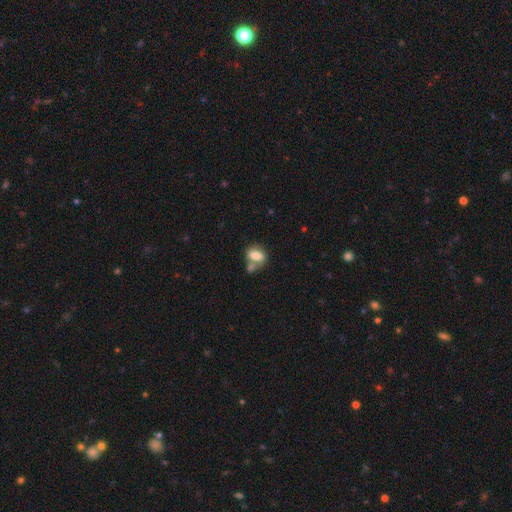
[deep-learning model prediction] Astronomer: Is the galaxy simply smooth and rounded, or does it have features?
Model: smooth — 73%.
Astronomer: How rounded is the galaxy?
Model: in between — 72%.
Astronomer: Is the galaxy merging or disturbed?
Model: none — 39%, tied with merger at 39%.